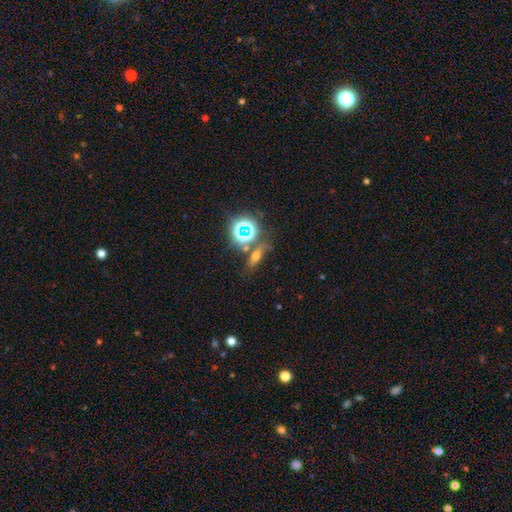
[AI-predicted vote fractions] Q: Smooth or featured?
A: smooth (50%); runner-up: star or artifact (31%)
Q: How rounded?
A: in between (45%); runner-up: cigar-shaped (36%)
Q: Merging?
A: none (67%); runner-up: minor disturbance (14%)